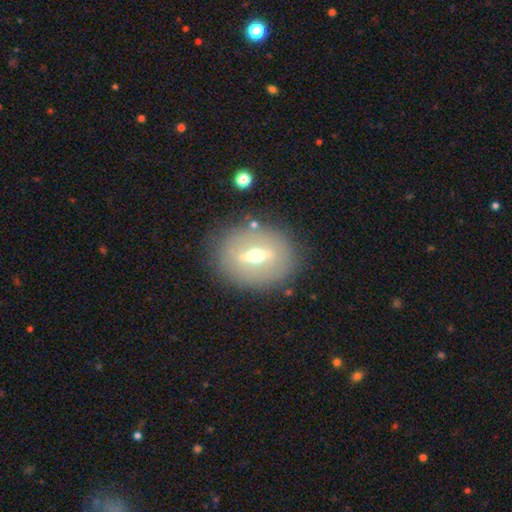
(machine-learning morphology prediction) Q: Smooth or featured?
A: featured or disk (61%); runner-up: smooth (30%)
Q: Edge-on disk?
A: no (73%); runner-up: yes (27%)
Q: Merging?
A: none (81%); runner-up: minor disturbance (12%)